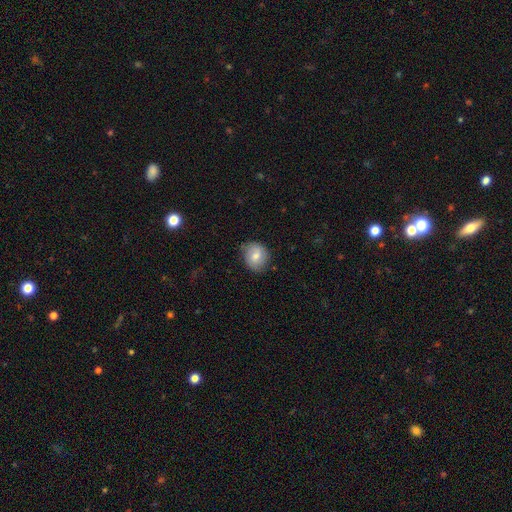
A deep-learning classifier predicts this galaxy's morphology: type=smooth (71%); roundness=round (70%); merging=none (74%).